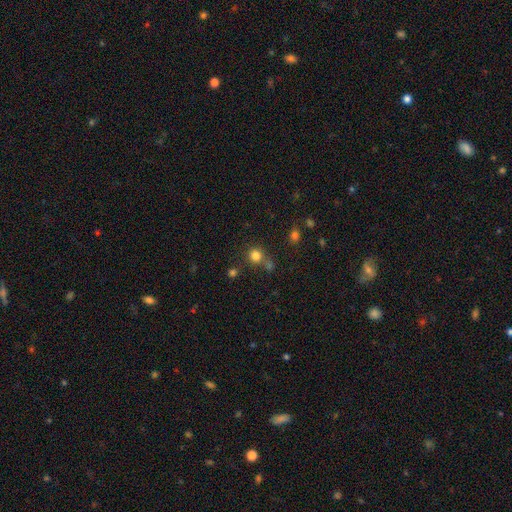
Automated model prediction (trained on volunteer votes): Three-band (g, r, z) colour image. It shows a smooth galaxy with no disk features (79%) that is round (90%). Merging: none (69%).